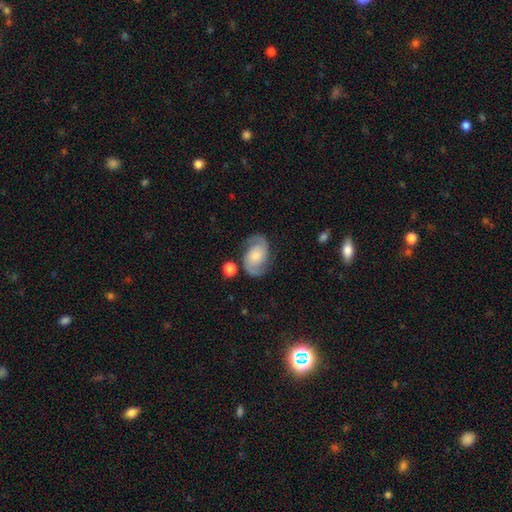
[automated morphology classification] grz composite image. It shows a featured or disk galaxy (81%) with no bar (66%), 2 (93%) medium (51%) spiral arms (96%) and a moderate central bulge (38%). Merging: none (77%).